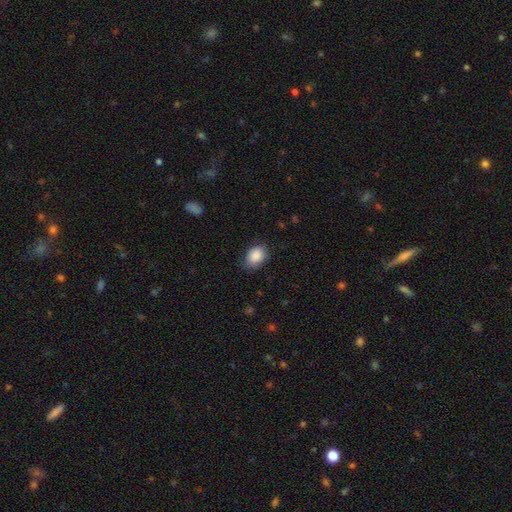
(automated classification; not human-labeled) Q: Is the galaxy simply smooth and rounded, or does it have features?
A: smooth — 88%.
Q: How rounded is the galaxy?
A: in between — 72%.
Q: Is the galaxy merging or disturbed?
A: none — 76%.